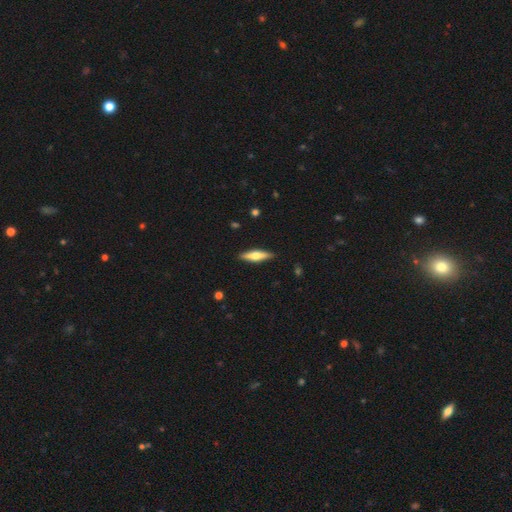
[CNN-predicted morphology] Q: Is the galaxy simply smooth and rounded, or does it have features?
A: featured or disk — 51%.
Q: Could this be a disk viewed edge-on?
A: yes — 94%.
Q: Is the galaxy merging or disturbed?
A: none — 89%.